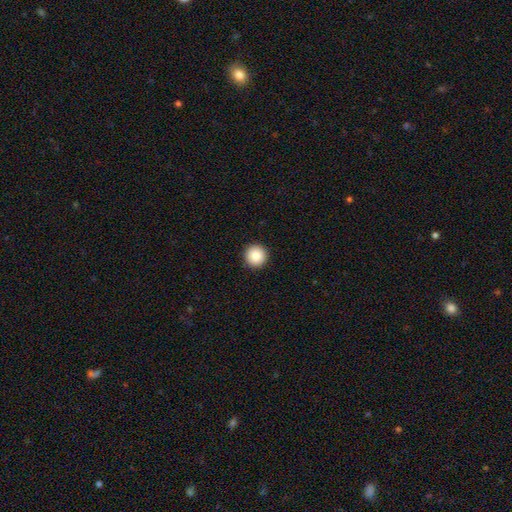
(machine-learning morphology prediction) Smooth or featured? smooth (87%)
How rounded? round (96%)
Merging? none (94%)